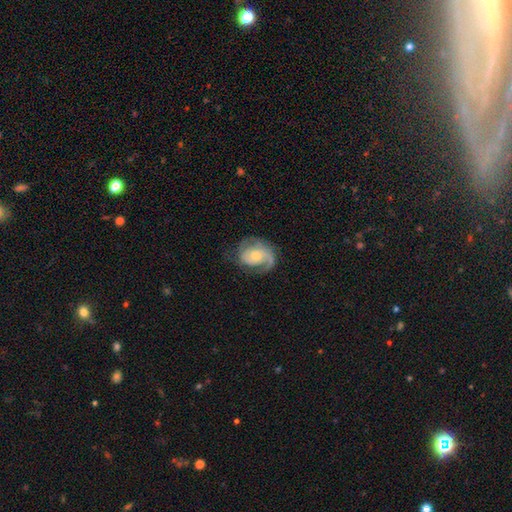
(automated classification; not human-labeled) Smooth or featured?
  - featured or disk: 77% *
  - smooth: 17%
  - star or artifact: 6%
Edge-on disk?
  - no: 97% *
  - yes: 3%
Bar?
  - no: 67% *
  - weak: 27%
  - strong: 6%
Spiral arms?
  - yes: 93% *
  - no: 7%
Spiral winding?
  - medium: 40% * (tied)
  - tight: 40% * (tied)
  - loose: 20%
Spiral arm count?
  - 2: 46% *
  - 1: 35%
  - can't tell: 11%
  - 3: 5%
  - 4: 1%
  - more than 4: 1%
Bulge size?
  - moderate: 49% *
  - small: 45%
  - large: 3%
  - none: 2%
  - dominant: 1%
Merging?
  - none: 63% *
  - minor disturbance: 21%
  - major disturbance: 14%
  - merger: 1%